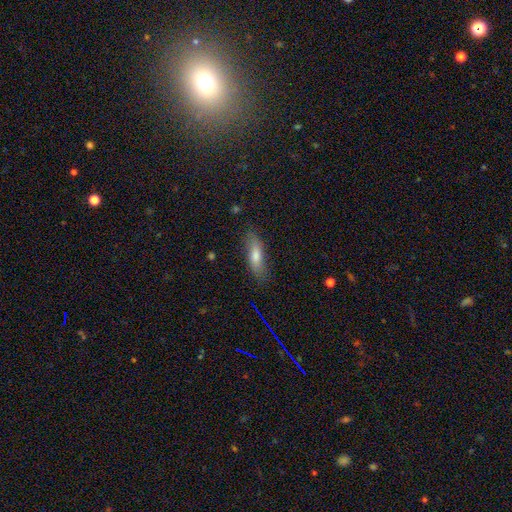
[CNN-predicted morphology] smooth-or-featured: smooth: 65% | featured or disk: 25% | star or artifact: 10%
  how-rounded: cigar-shaped: 53% | in between: 44% | round: 3%
  merging: none: 80% | minor disturbance: 15% | major disturbance: 3% | merger: 1%